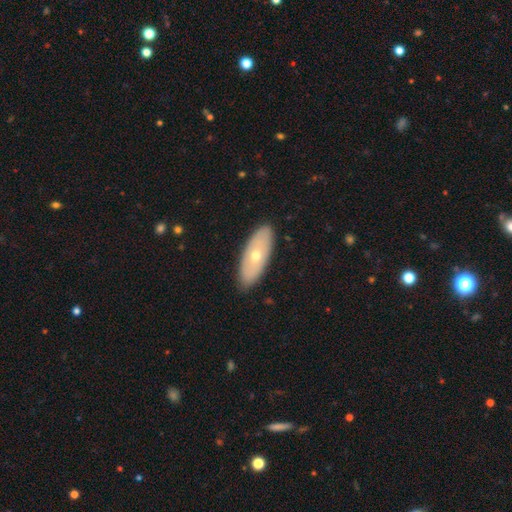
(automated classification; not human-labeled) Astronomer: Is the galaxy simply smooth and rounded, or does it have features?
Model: smooth — 53% (runner-up: featured or disk, 41%).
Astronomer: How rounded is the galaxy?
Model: in between — 77%.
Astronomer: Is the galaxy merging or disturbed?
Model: none — 88%.